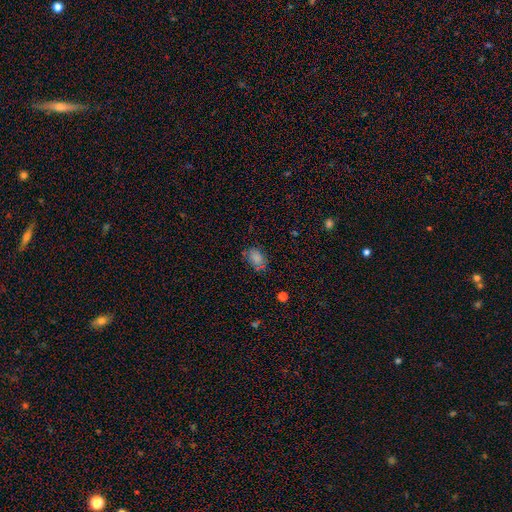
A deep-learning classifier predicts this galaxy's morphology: type=smooth (66%); roundness=in between (77%); merging=none (68%).